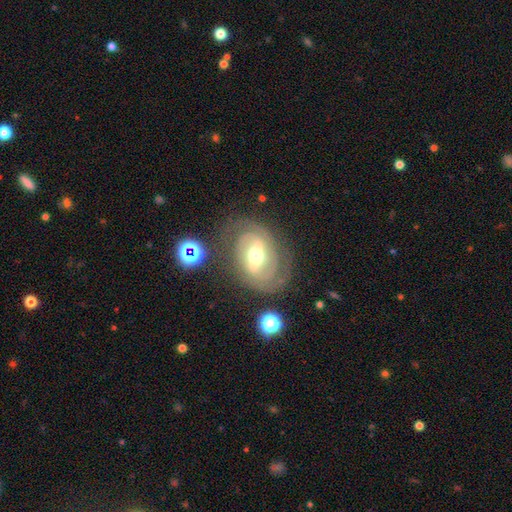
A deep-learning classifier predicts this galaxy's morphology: This is clearly a featured or disk galaxy (82%). It is clearly not viewed edge-on (96%). Bar: marginally weak (43%). Spiral arm pattern: clearly yes (90%). Spiral arm count: likely 2 (71%). Spiral winding: possibly tight (47%). Central bulge: likely moderate (71%). Merging: likely none (70%).